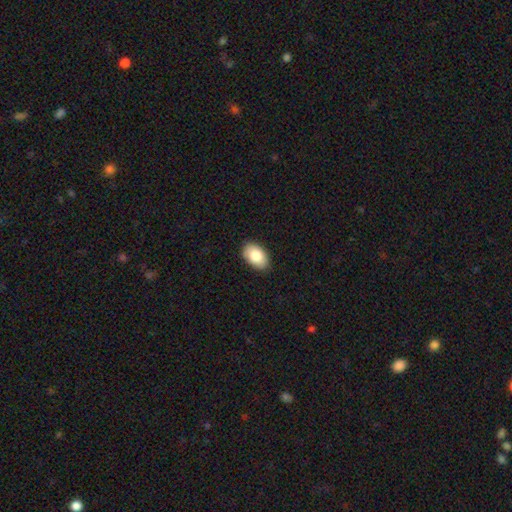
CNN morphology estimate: A smooth galaxy with no disk features (85%) that is in between round and cigar-shaped (92%).

Vote fractions:
- Smooth or featured? smooth: 85% / featured or disk: 9% / star or artifact: 7%
- How rounded? in between: 92% / round: 7% / cigar-shaped: 1%
- Merging? none: 88% / minor disturbance: 9% / major disturbance: 2% / merger: 1%